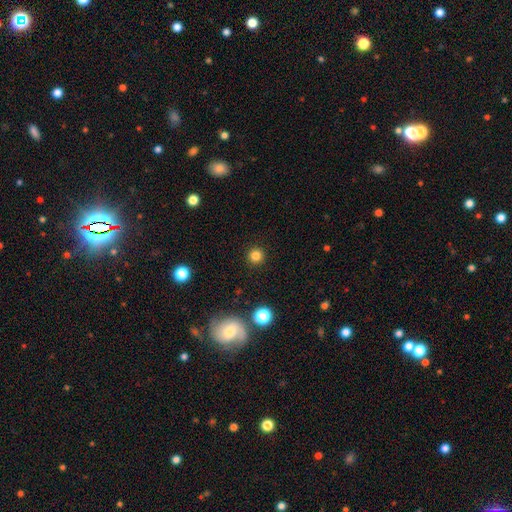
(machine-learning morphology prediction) A smooth galaxy with no disk features (82%) that is round (95%).

Vote fractions:
- Smooth or featured? smooth: 82% / star or artifact: 14% / featured or disk: 4%
- How rounded? round: 95% / in between: 4% / cigar-shaped: 1%
- Merging? none: 92% / minor disturbance: 5% / major disturbance: 2% / merger: 1%